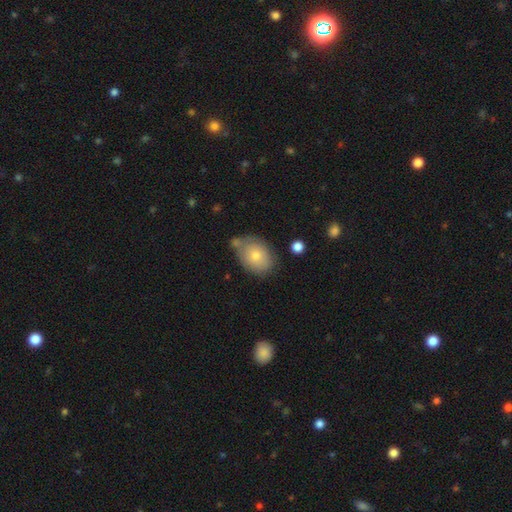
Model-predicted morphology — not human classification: A smooth galaxy with no disk features (73%) that is in between round and cigar-shaped (68%).

Vote fractions:
- Smooth or featured? smooth: 73% / featured or disk: 18% / star or artifact: 9%
- How rounded? in between: 68% / round: 31% / cigar-shaped: 1%
- Merging? none: 60% / minor disturbance: 23% / merger: 11% / major disturbance: 6%